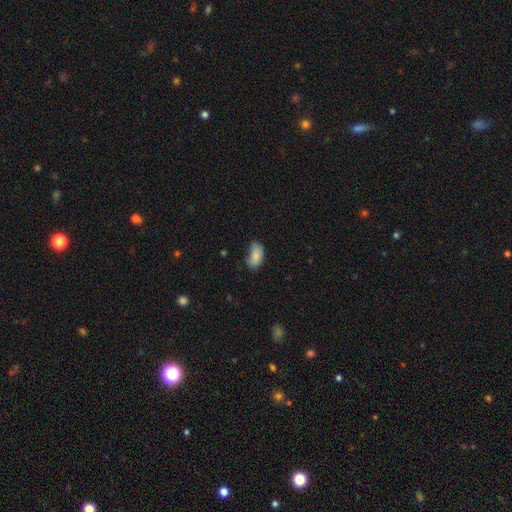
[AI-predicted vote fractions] A smooth galaxy with no disk features (84%) that is in between round and cigar-shaped (93%). Merging: none (52%).